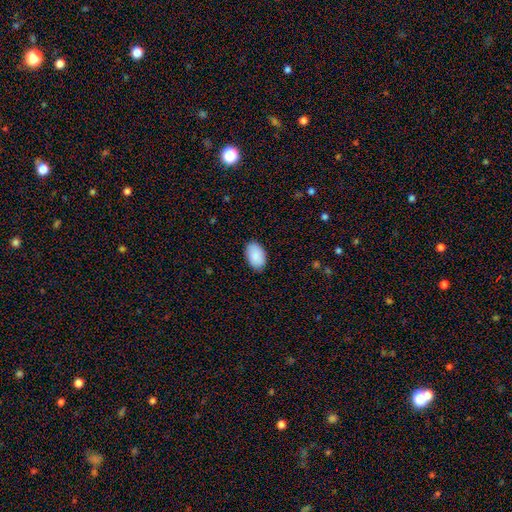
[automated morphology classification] Smooth or featured? Predicted: smooth (p=0.90). How rounded? Predicted: in between (p=0.94). Merging? Predicted: none (p=0.87).